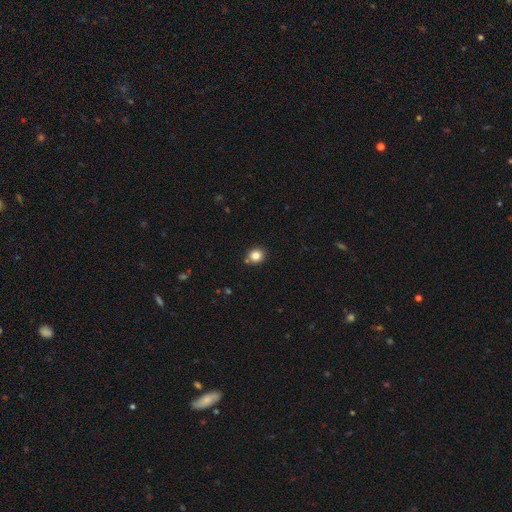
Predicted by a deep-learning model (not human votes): Morphology: type=smooth (83%); roundness=round (83%); merging=none (81%).